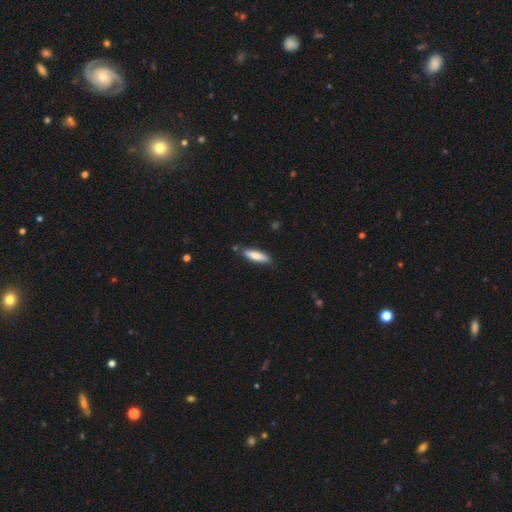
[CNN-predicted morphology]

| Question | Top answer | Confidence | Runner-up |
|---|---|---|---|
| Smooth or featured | smooth | 73% | featured or disk (22%) |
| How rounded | cigar-shaped | 67% | in between (32%) |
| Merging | none | 82% | minor disturbance (13%) |